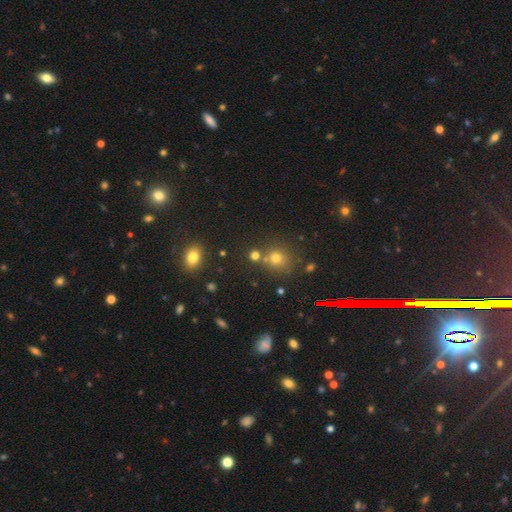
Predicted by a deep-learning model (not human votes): A smooth galaxy with no disk features (61%) that is round (81%).

Vote fractions:
- Smooth or featured? smooth: 61% / star or artifact: 29% / featured or disk: 10%
- How rounded? round: 81% / in between: 18% / cigar-shaped: 2%
- Merging? none: 67% / merger: 20% / minor disturbance: 9% / major disturbance: 4%